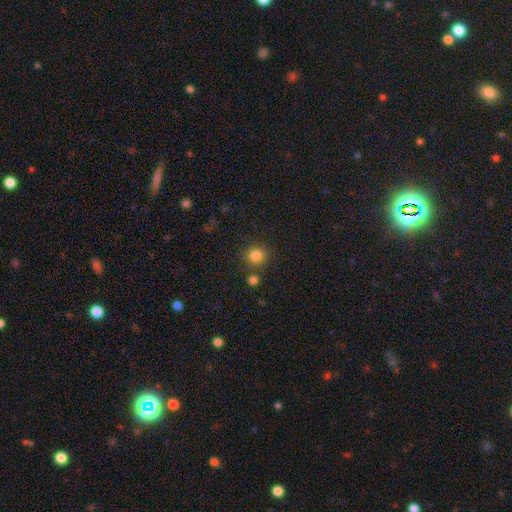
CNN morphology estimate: smooth-or-featured: smooth: 83% | star or artifact: 12% | featured or disk: 5%
  how-rounded: round: 87% | in between: 12% | cigar-shaped: 1%
  merging: none: 79% | minor disturbance: 9% | merger: 9% | major disturbance: 3%